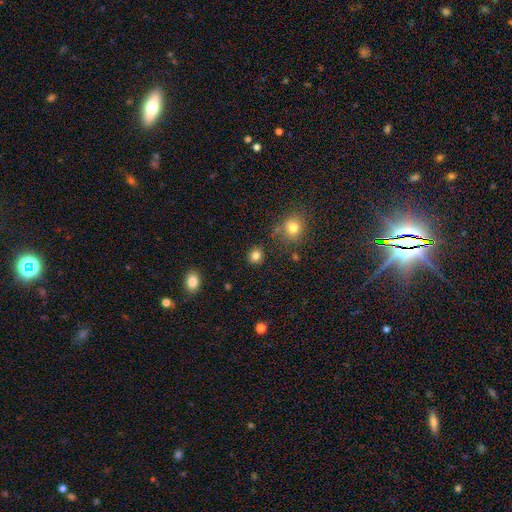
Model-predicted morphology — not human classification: smooth-or-featured: smooth: 83% | star or artifact: 12% | featured or disk: 5%
  how-rounded: round: 83% | in between: 16% | cigar-shaped: 1%
  merging: none: 86% | minor disturbance: 8% | merger: 3% | major disturbance: 3%